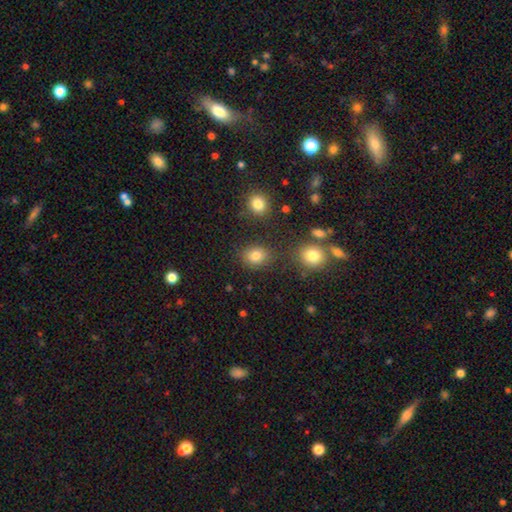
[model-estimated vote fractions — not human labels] A smooth galaxy with no disk features (82%) that is round (55%).

Vote fractions:
- Smooth or featured? smooth: 82% / star or artifact: 13% / featured or disk: 6%
- How rounded? round: 55% / in between: 44% / cigar-shaped: 1%
- Merging? none: 80% / minor disturbance: 11% / merger: 5% / major disturbance: 4%